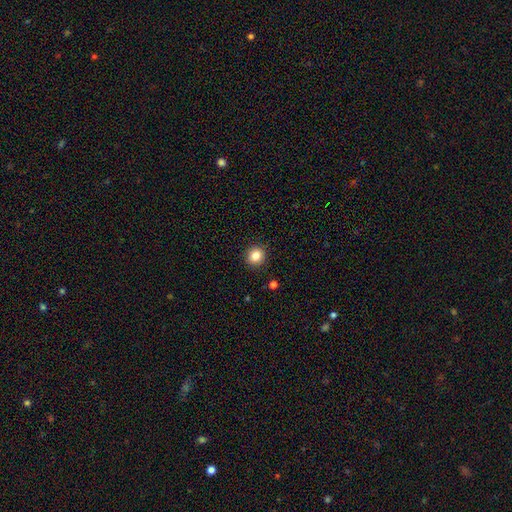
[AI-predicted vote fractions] Smooth or featured? Predicted: smooth (p=0.84). How rounded? Predicted: round (p=0.89). Merging? Predicted: none (p=0.92).